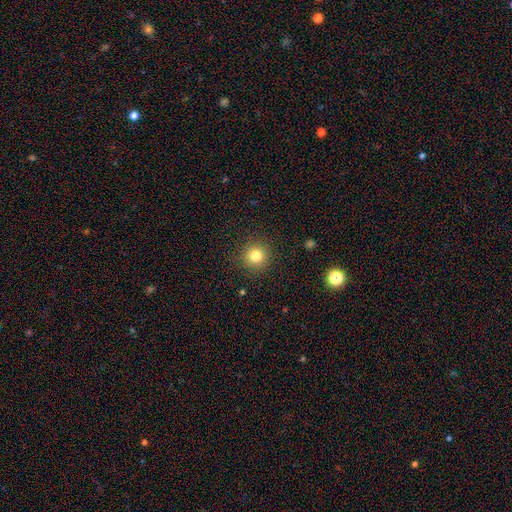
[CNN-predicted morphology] smooth 80%, star or artifact 13%, featured or disk 7%. Down the decision tree: how rounded — round (94%); merging — none (90%).